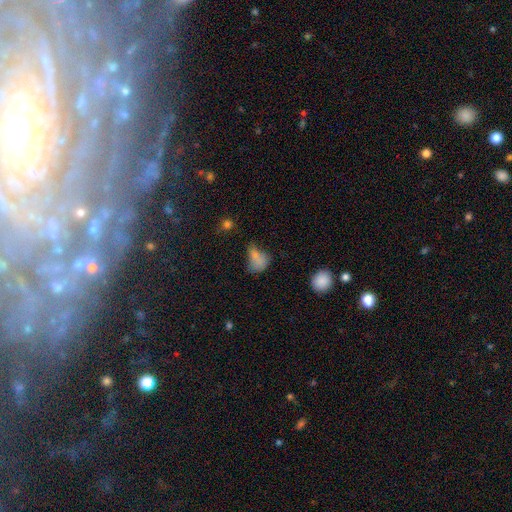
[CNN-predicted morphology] Smooth or featured? smooth (63%)
How rounded? in between (66%)
Merging? none (36%)